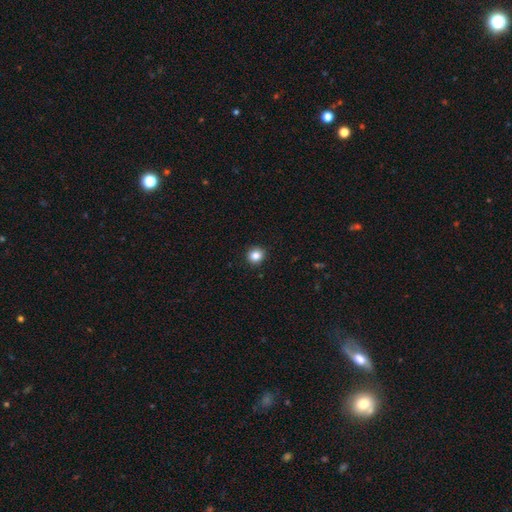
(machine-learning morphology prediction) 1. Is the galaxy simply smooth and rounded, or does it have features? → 85% smooth, 11% star or artifact, 4% featured or disk.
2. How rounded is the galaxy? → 88% round, 11% in between, 1% cigar-shaped.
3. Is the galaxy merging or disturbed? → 92% none, 6% minor disturbance, 2% major disturbance, 1% merger.